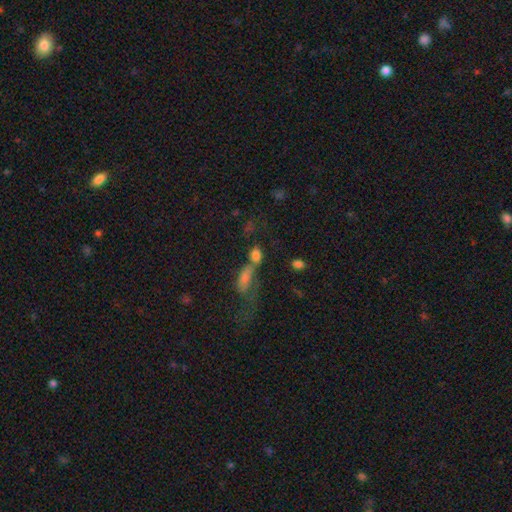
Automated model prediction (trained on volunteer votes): This appears to be a smooth galaxy with no disk features (73%) that is in between round and cigar-shaped (64%). Merging: merger (55%).